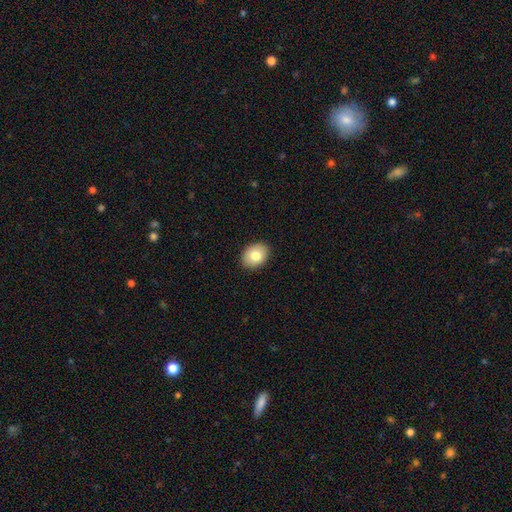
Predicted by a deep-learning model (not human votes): smooth_or_featured: smooth (p=0.79) [alt: featured or disk p=0.13]
how_rounded: in between (p=0.68) [alt: round p=0.31]
merging: none (p=0.90) [alt: minor disturbance p=0.08]